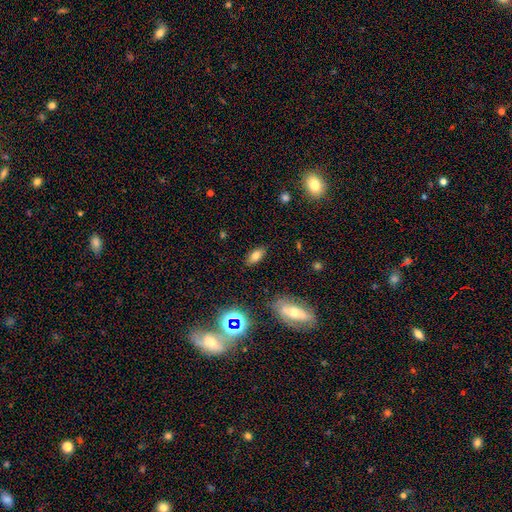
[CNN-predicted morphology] A smooth galaxy with no disk features (74%) that is in between round and cigar-shaped (88%). Merging: none (85%).